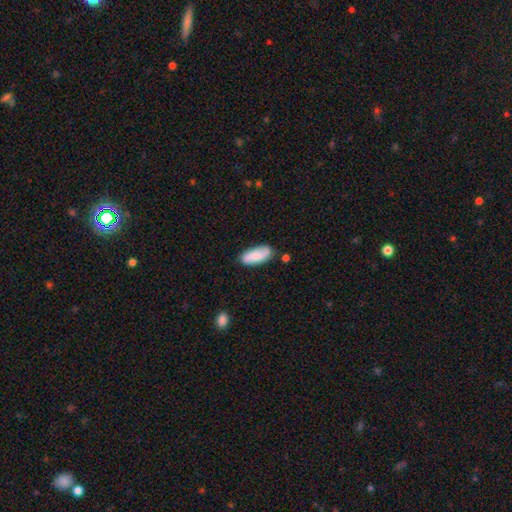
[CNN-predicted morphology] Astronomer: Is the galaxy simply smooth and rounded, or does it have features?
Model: smooth — 67%.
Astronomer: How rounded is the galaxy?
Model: in between — 86%.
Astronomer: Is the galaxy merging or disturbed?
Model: none — 79%.